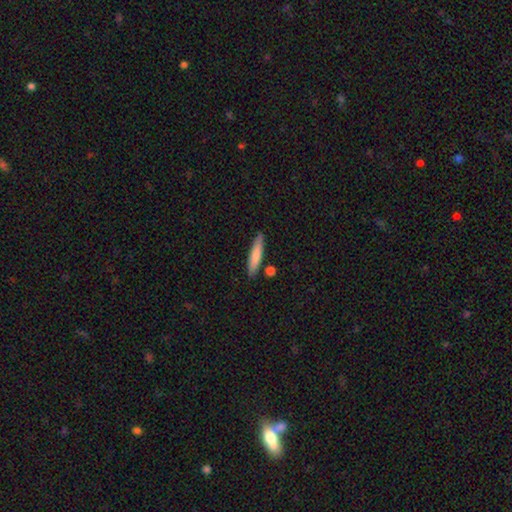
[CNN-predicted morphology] Smooth or featured?
  - smooth: 78% *
  - featured or disk: 17%
  - star or artifact: 6%
How rounded?
  - cigar-shaped: 87% *
  - in between: 11%
  - round: 1%
Merging?
  - none: 84% *
  - minor disturbance: 10%
  - merger: 4%
  - major disturbance: 2%